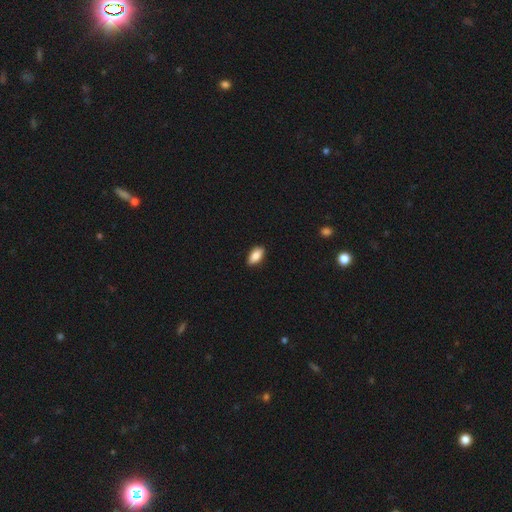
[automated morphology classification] This appears to be a smooth galaxy with no disk features (86%) that is in between round and cigar-shaped (90%). Merging: none (88%).